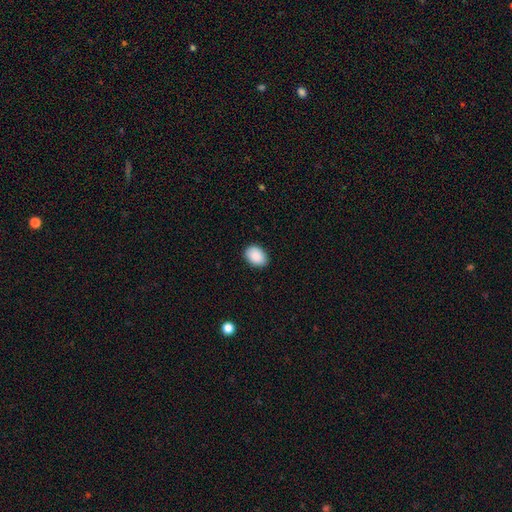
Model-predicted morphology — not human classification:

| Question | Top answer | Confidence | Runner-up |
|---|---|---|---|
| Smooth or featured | smooth | 90% | star or artifact (7%) |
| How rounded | in between | 82% | round (17%) |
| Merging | none | 87% | minor disturbance (10%) |